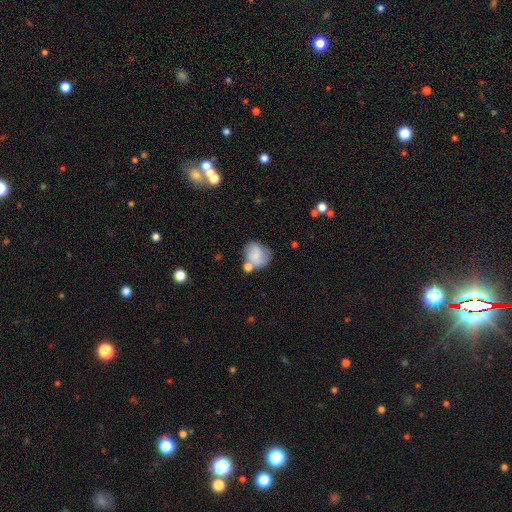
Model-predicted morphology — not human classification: smooth-or-featured: smooth: 58% | featured or disk: 34% | star or artifact: 9%
  how-rounded: round: 70% | in between: 29% | cigar-shaped: 1%
  merging: none: 47% | minor disturbance: 22% | merger: 21% | major disturbance: 10%